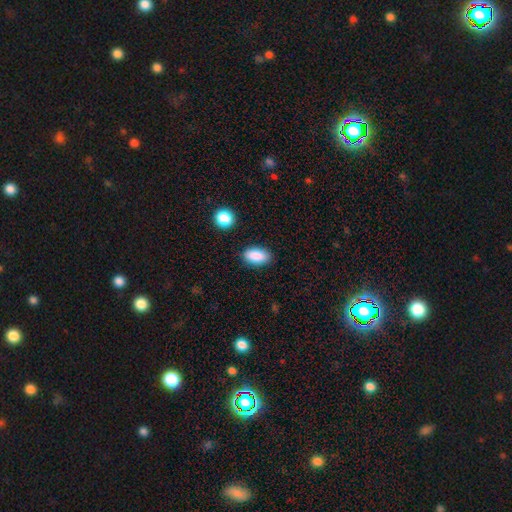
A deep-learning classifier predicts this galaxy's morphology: A smooth galaxy with no disk features (88%) that is in between round and cigar-shaped (91%). Merging: none (85%).